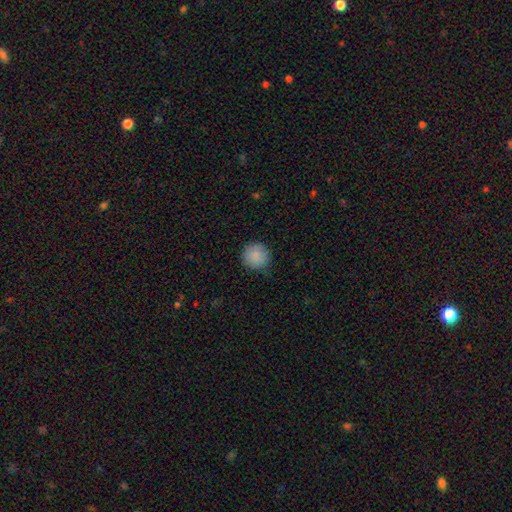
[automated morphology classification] type=smooth (88%); roundness=round (93%); merging=none (86%).